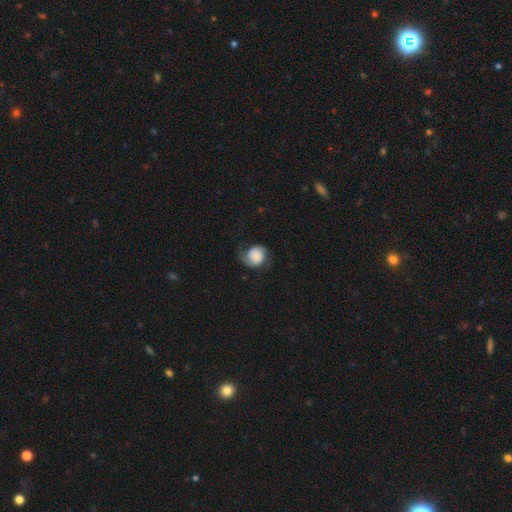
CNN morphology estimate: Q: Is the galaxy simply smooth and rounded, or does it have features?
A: smooth — 55%.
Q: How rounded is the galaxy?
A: round — 72%.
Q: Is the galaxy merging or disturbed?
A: none — 53%.